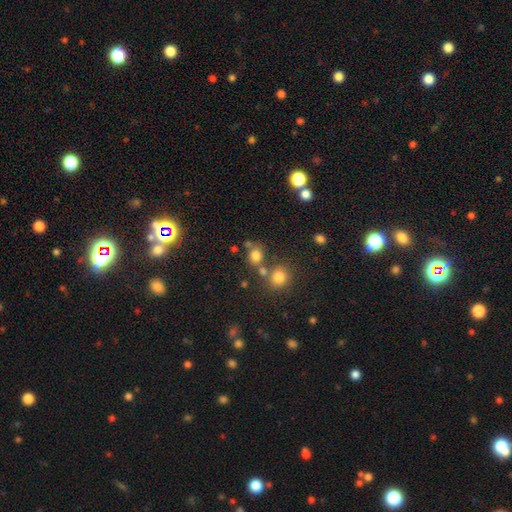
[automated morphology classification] smooth-or-featured: smooth: 77% | star or artifact: 15% | featured or disk: 8%
  how-rounded: round: 70% | in between: 28% | cigar-shaped: 1%
  merging: none: 61% | merger: 23% | minor disturbance: 11% | major disturbance: 5%